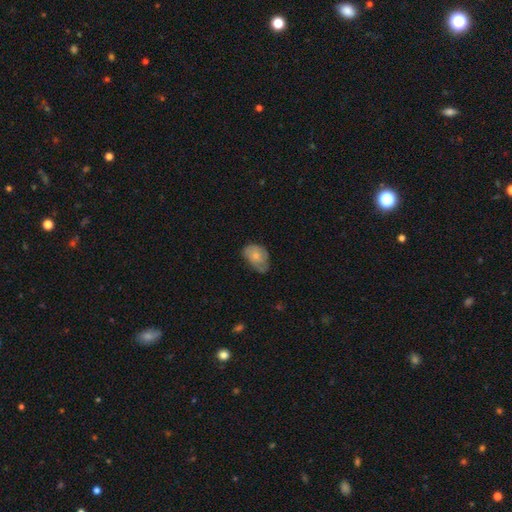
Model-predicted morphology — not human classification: smooth 65%, featured or disk 28%, star or artifact 7%. Down the decision tree: how rounded — in between (82%); merging — none (44%).